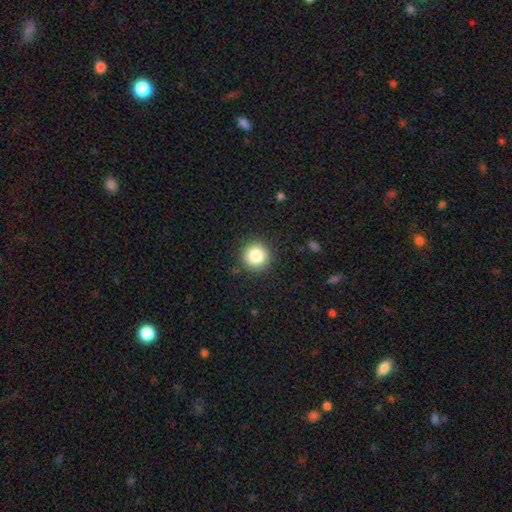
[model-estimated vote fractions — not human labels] smooth-or-featured: smooth: 83% | star or artifact: 10% | featured or disk: 7%
  how-rounded: round: 95% | in between: 4% | cigar-shaped: 1%
  merging: none: 91% | minor disturbance: 6% | major disturbance: 2% | merger: 1%